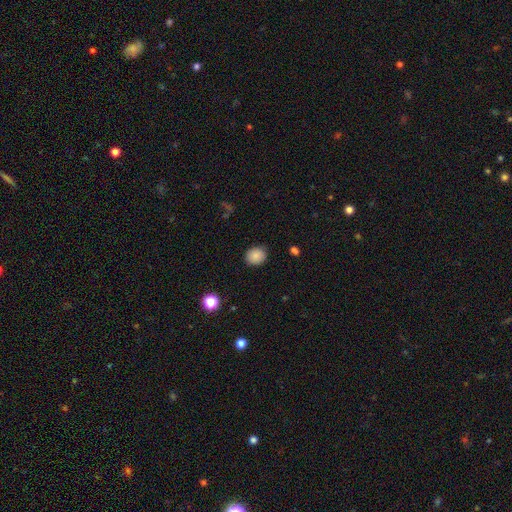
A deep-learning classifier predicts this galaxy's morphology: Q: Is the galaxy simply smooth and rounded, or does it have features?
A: smooth — 85%.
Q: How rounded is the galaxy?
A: round — 67%.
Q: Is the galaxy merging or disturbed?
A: none — 86%.